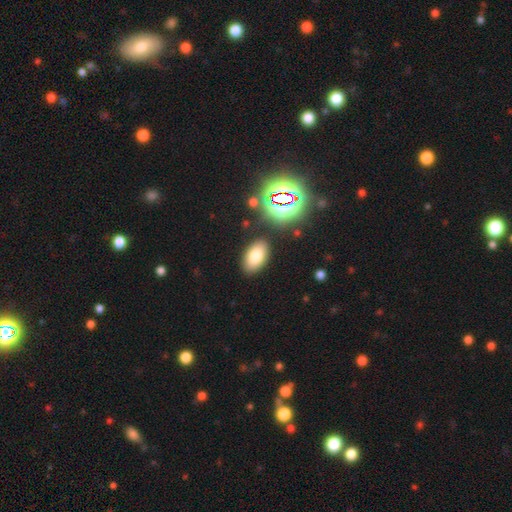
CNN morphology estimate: smooth-or-featured: smooth: 75% | star or artifact: 14% | featured or disk: 11%
  how-rounded: in between: 93% | round: 5% | cigar-shaped: 2%
  merging: none: 86% | minor disturbance: 9% | merger: 3% | major disturbance: 3%